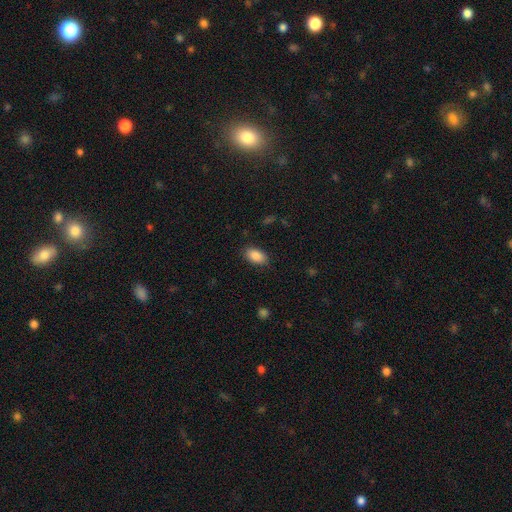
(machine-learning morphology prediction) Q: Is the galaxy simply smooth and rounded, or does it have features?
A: smooth — 88%.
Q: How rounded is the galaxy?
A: in between — 92%.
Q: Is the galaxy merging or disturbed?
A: none — 85%.